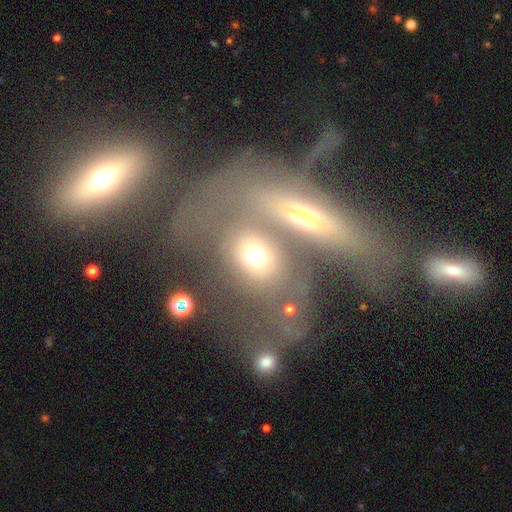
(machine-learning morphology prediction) smooth_or_featured: smooth (p=0.54) [alt: featured or disk p=0.33]
how_rounded: in between (p=0.56) [alt: round p=0.39]
merging: merger (p=0.51) [alt: none p=0.25]